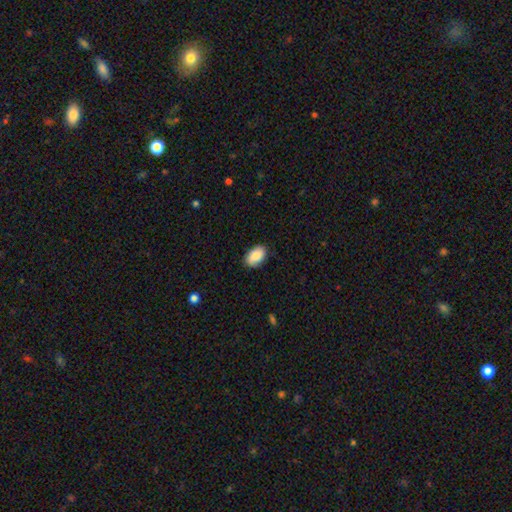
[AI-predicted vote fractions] The model was most divided on "merging": none: 84%, minor disturbance: 12%, major disturbance: 2%, merger: 1%. More confident: how rounded — in between (90%); smooth or featured — smooth (85%).